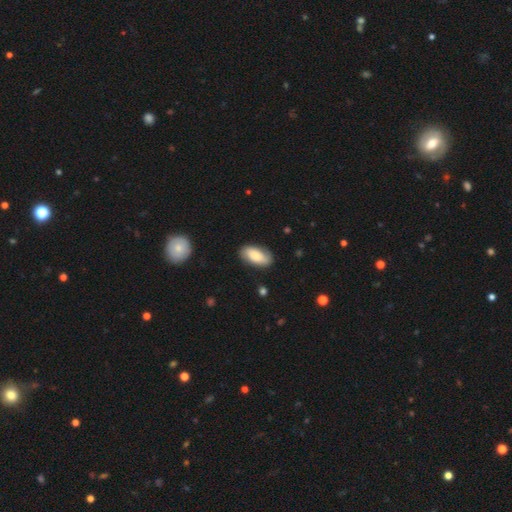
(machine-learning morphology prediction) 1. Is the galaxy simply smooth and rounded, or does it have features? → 69% smooth, 25% featured or disk, 6% star or artifact.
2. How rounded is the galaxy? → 93% in between, 4% cigar-shaped, 3% round.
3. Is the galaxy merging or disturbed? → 80% none, 15% minor disturbance, 4% major disturbance, 1% merger.